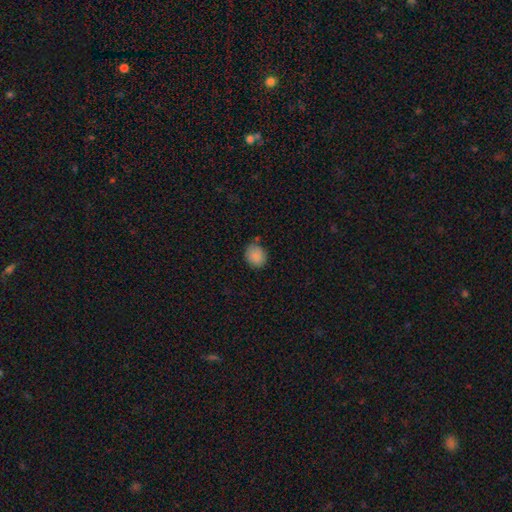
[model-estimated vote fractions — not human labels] A smooth galaxy with no disk features (87%) that is round (65%).

Vote fractions:
- Smooth or featured? smooth: 87% / star or artifact: 9% / featured or disk: 4%
- How rounded? round: 65% / in between: 34% / cigar-shaped: 1%
- Merging? none: 78% / minor disturbance: 15% / merger: 4% / major disturbance: 3%